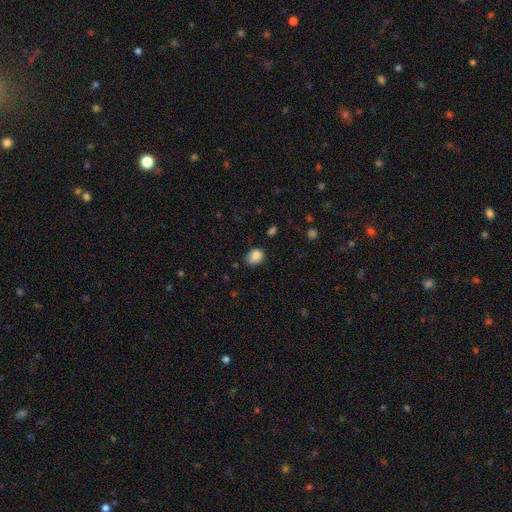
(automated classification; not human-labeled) Morphology: type=smooth (85%); roundness=in between (64%); merging=none (64%).